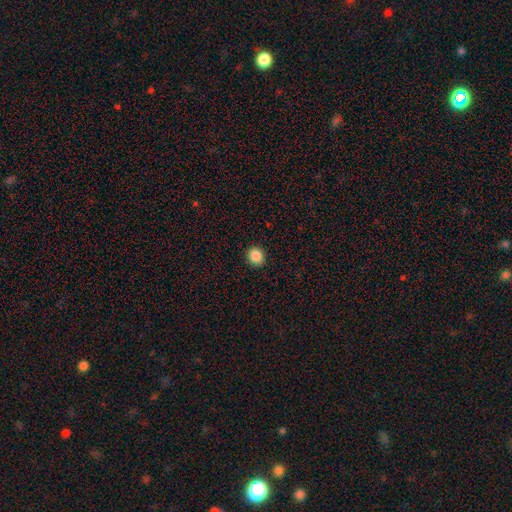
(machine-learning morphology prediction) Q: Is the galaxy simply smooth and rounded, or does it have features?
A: smooth — 87%.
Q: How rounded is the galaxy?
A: round — 88%.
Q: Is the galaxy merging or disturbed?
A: none — 92%.